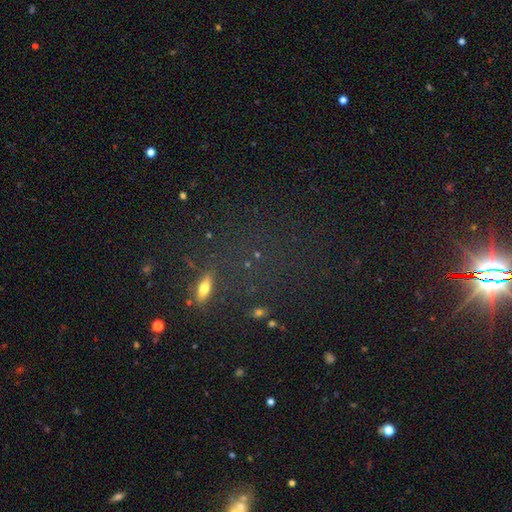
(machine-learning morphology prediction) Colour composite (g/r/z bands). It shows a star or artifact, not a galaxy (66%).